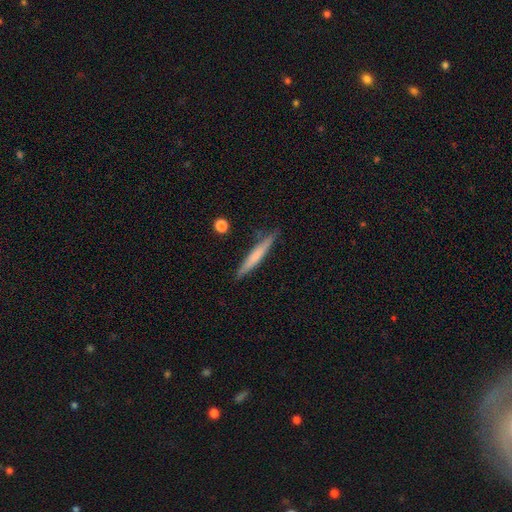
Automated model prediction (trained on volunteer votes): Smooth or featured? smooth (58%)
How rounded? cigar-shaped (95%)
Merging? none (86%)